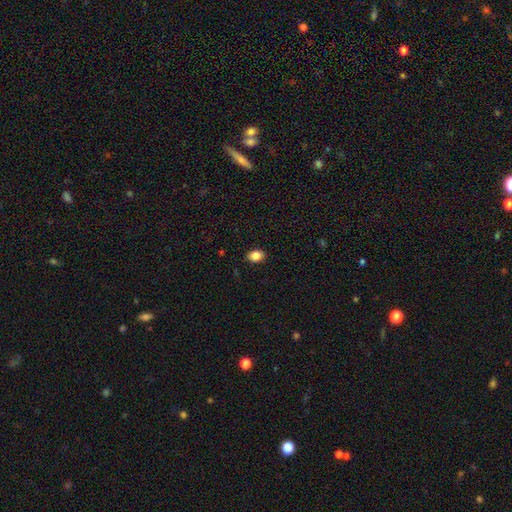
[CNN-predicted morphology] A smooth galaxy with no disk features (85%) that is in between round and cigar-shaped (76%). Merging: none (89%).